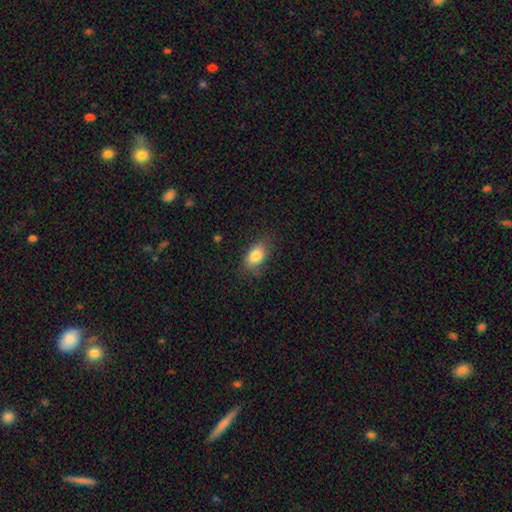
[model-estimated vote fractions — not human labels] A smooth galaxy with no disk features (83%) that is in between round and cigar-shaped (88%). Merging: none (75%).